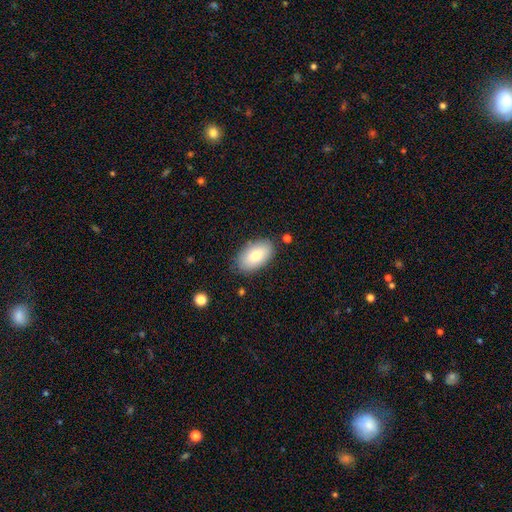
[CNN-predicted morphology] smooth_or_featured: smooth (p=0.77) [alt: featured or disk p=0.16]
how_rounded: in between (p=0.94) [alt: round p=0.04]
merging: none (p=0.83) [alt: minor disturbance p=0.12]